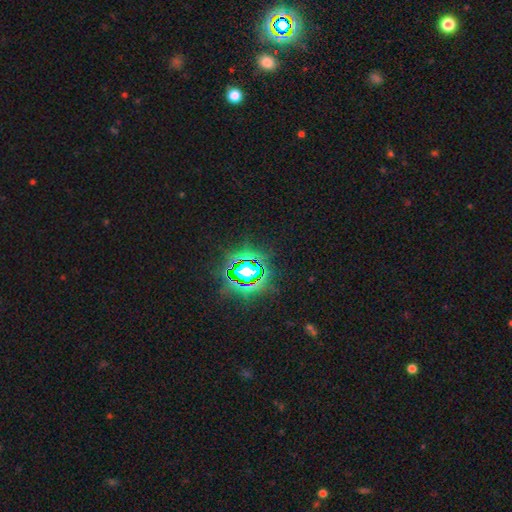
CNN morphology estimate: star or artifact 82%, smooth 12%, featured or disk 7%.